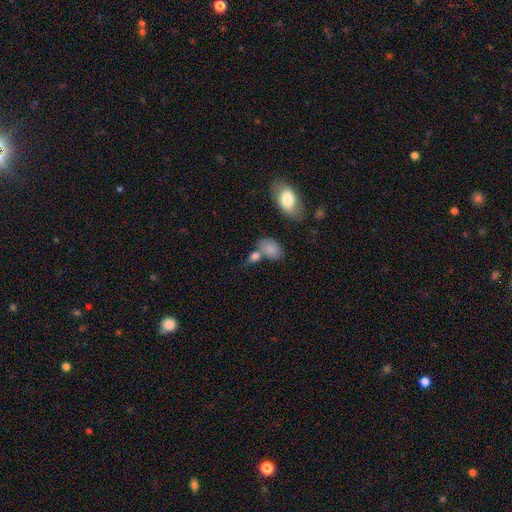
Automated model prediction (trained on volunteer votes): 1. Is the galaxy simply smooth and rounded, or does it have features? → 79% smooth, 12% star or artifact, 9% featured or disk.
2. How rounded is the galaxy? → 77% in between, 20% round, 3% cigar-shaped.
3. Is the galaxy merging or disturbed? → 50% none, 28% merger, 15% minor disturbance, 6% major disturbance.